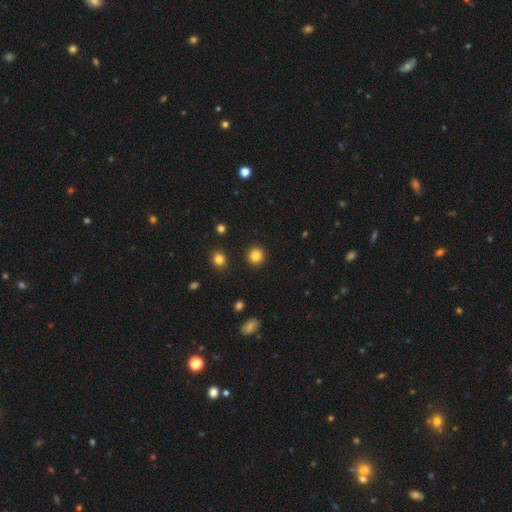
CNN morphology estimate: Smooth or featured: smooth — 84% (star or artifact — 12%)
How rounded: round — 94% (in between — 5%)
Merging: none — 92% (minor disturbance — 4%)